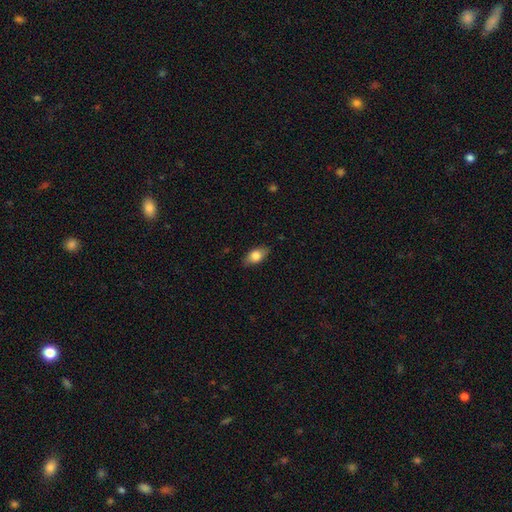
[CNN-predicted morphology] Smooth or featured: smooth — 78% (featured or disk — 15%)
How rounded: in between — 88% (cigar-shaped — 6%)
Merging: none — 84% (minor disturbance — 13%)